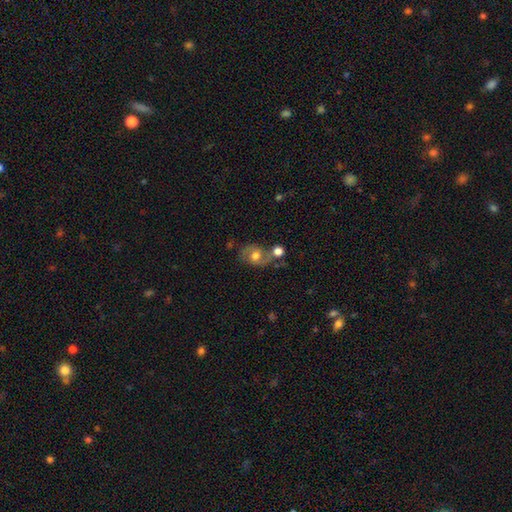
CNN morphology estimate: Overall: featured or disk (58%; smooth 32%). Edge-on disk: no (96%). Bar: no (57%; weak 35%). Spiral arms: yes (81%). Bulge size: moderate (66%). Merging: none (53%; merger 20%).